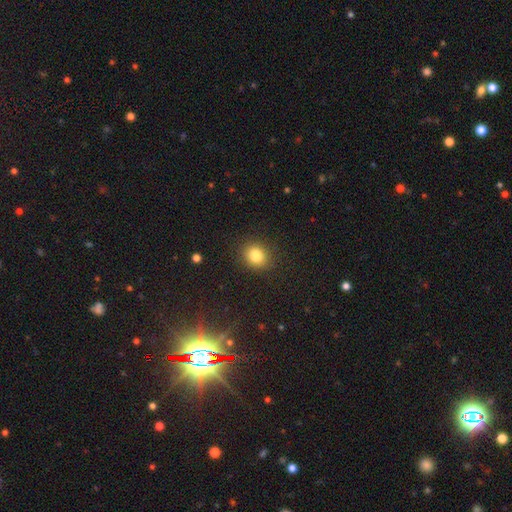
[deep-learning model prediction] Smooth or featured: smooth — 83% (star or artifact — 11%)
How rounded: round — 68% (in between — 31%)
Merging: none — 88% (minor disturbance — 8%)